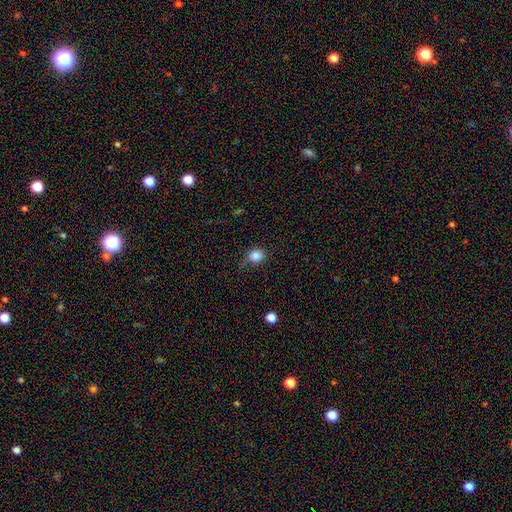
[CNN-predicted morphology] smooth_or_featured: smooth (p=0.84) [alt: star or artifact p=0.11]
how_rounded: round (p=0.77) [alt: in between p=0.22]
merging: none (p=0.66) [alt: minor disturbance p=0.25]